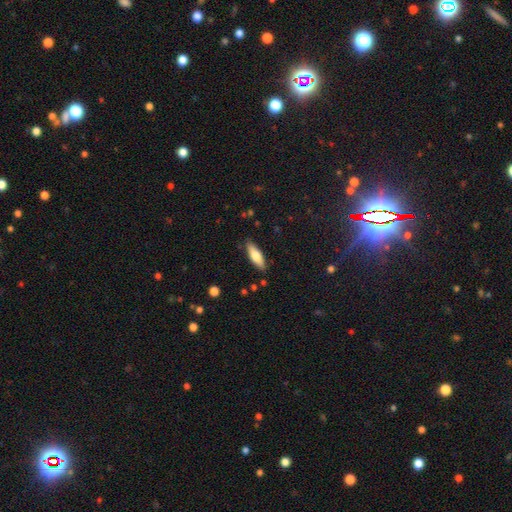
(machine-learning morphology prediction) Smooth or featured? smooth (69%)
How rounded? in between (52%)
Merging? none (86%)